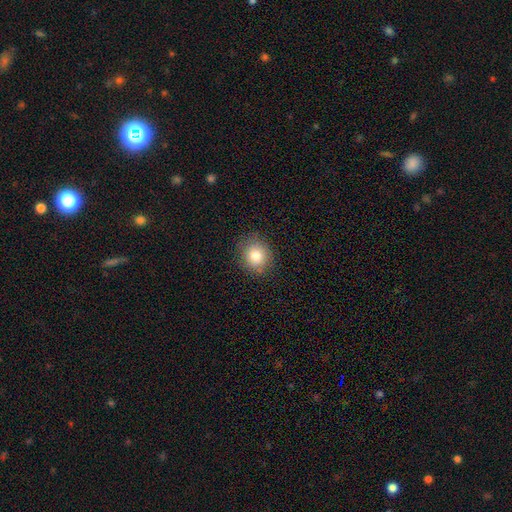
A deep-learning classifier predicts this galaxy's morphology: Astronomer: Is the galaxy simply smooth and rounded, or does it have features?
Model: smooth — 81%.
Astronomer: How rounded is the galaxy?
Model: round — 74%.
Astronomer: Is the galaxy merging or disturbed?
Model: none — 84%.